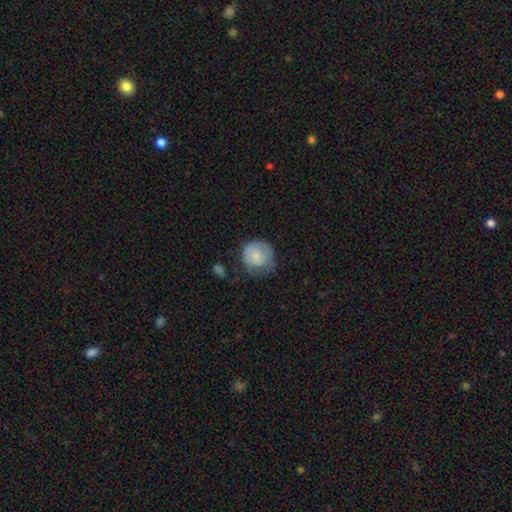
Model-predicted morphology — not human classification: A smooth galaxy with no disk features (71%) that is round (86%). Merging: none (43%).